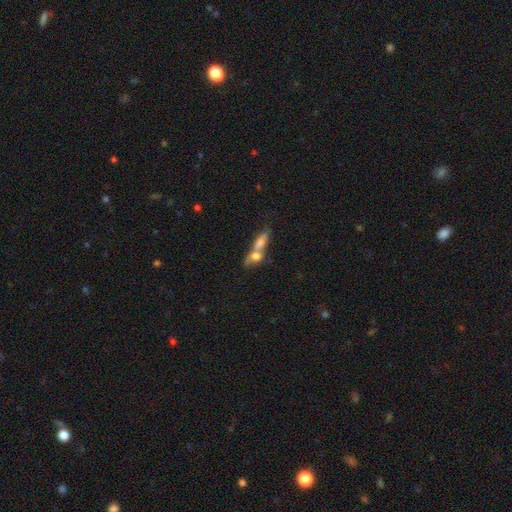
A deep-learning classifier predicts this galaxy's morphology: smooth_or_featured: smooth (p=0.66) [alt: featured or disk p=0.25]
how_rounded: in between (p=0.61) [alt: cigar-shaped p=0.22]
merging: merger (p=0.72) [alt: none p=0.16]